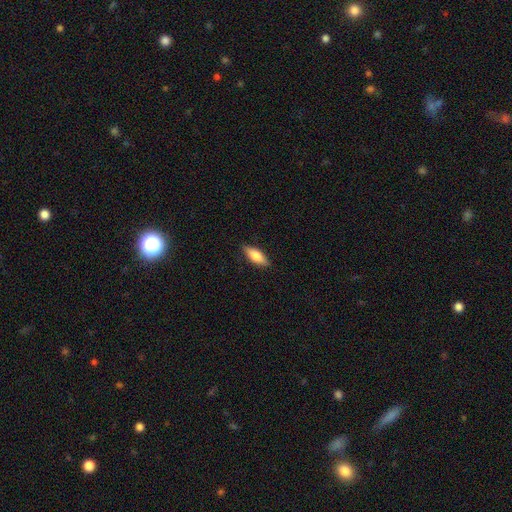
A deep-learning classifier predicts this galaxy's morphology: type=smooth (72%); roundness=in between (64%); merging=none (87%).